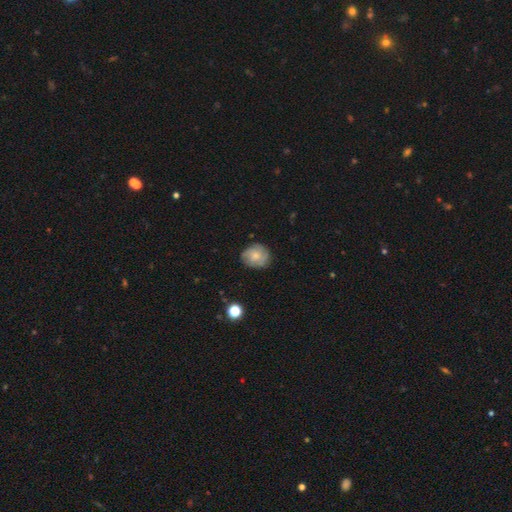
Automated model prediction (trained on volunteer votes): Q: Smooth or featured?
A: smooth (53%); runner-up: featured or disk (39%)
Q: How rounded?
A: round (75%); runner-up: in between (24%)
Q: Merging?
A: none (77%); runner-up: minor disturbance (18%)